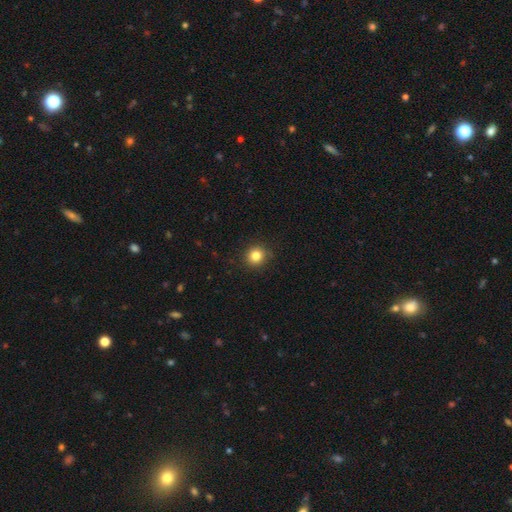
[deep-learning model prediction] A smooth galaxy with no disk features (82%) that is round (91%).

Vote fractions:
- Smooth or featured? smooth: 82% / star or artifact: 12% / featured or disk: 6%
- How rounded? round: 91% / in between: 8% / cigar-shaped: 1%
- Merging? none: 90% / minor disturbance: 7% / major disturbance: 2% / merger: 1%